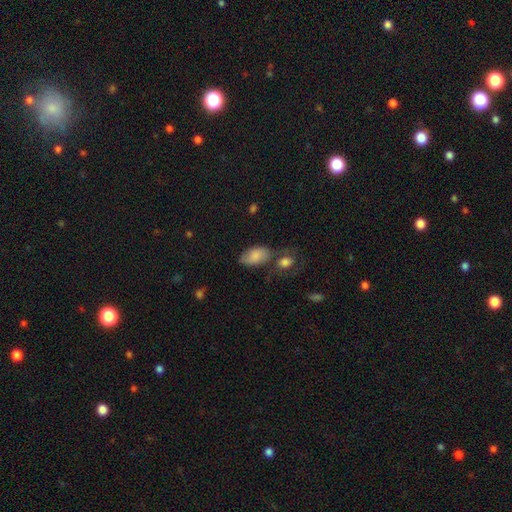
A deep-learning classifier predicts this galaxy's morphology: smooth_or_featured: smooth (p=0.76) [alt: featured or disk p=0.17]
how_rounded: in between (p=0.92) [alt: round p=0.06]
merging: none (p=0.51) [alt: minor disturbance p=0.22]